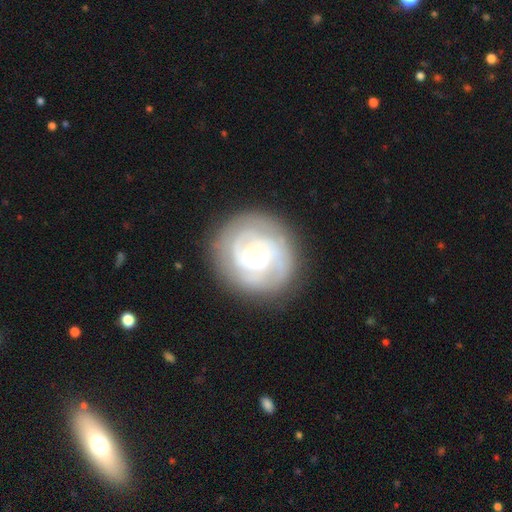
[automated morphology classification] The model was most divided on "spiral arm count": 2: 34%, can't tell: 26%, 3: 22%, 1: 8%, 4: 6%, more than 4: 5%. More confident: edge-on disk — no (98%); spiral arms — yes (89%); merging — none (82%); smooth or featured — featured or disk (79%); bar — no (73%); bulge size — moderate (71%); spiral winding — tight (69%).